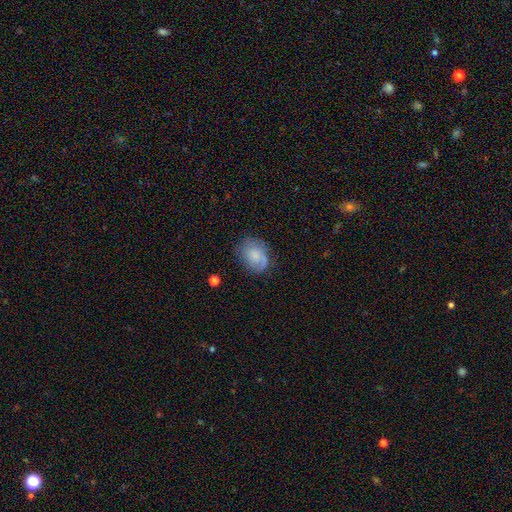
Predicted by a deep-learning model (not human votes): Smooth or featured?
  - smooth: 58% *
  - featured or disk: 34%
  - star or artifact: 9%
How rounded?
  - in between: 59% *
  - round: 40%
  - cigar-shaped: 1%
Merging?
  - none: 62% *
  - minor disturbance: 24%
  - major disturbance: 12%
  - merger: 2%